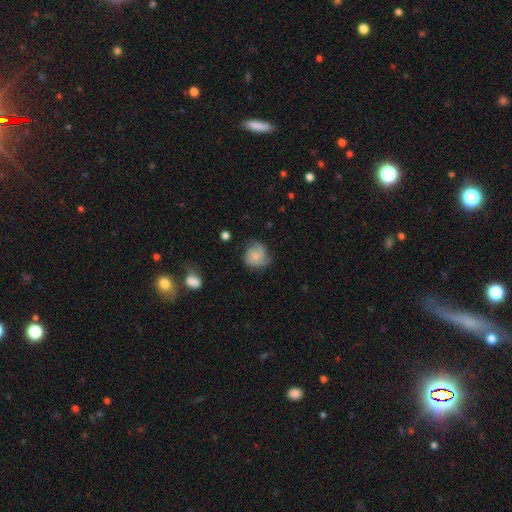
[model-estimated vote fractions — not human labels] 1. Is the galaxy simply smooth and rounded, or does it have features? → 52% smooth, 40% featured or disk, 9% star or artifact.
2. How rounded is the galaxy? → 73% round, 26% in between, 1% cigar-shaped.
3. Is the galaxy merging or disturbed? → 52% none, 28% minor disturbance, 17% major disturbance, 3% merger.